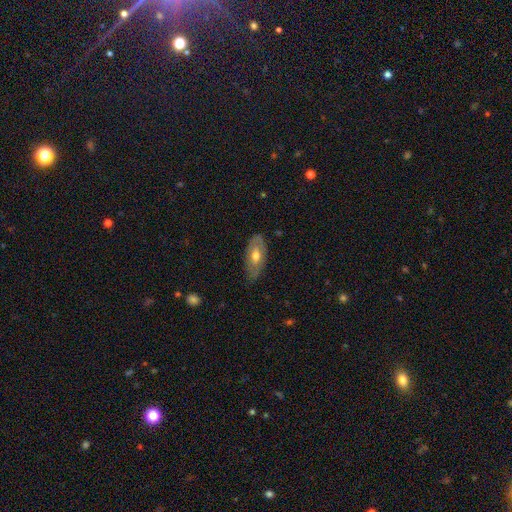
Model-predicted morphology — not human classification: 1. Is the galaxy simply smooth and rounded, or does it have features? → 47% featured or disk (tied), 47% smooth (tied), 6% star or artifact.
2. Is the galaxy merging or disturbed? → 74% none, 21% minor disturbance, 4% major disturbance, 1% merger.